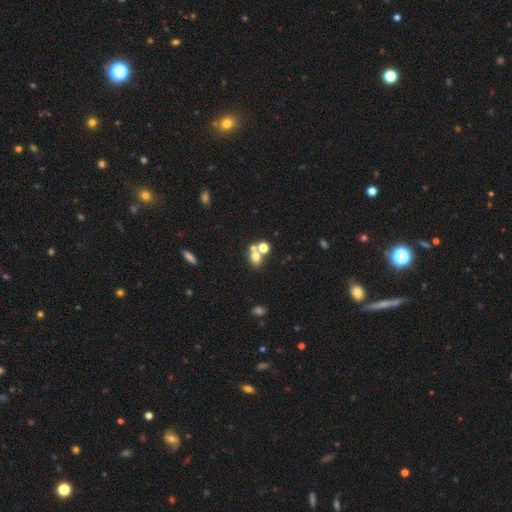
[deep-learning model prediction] smooth_or_featured: smooth (p=0.65) [alt: featured or disk p=0.18]
how_rounded: in between (p=0.51) [alt: round p=0.48]
merging: merger (p=0.45) [alt: none p=0.42]